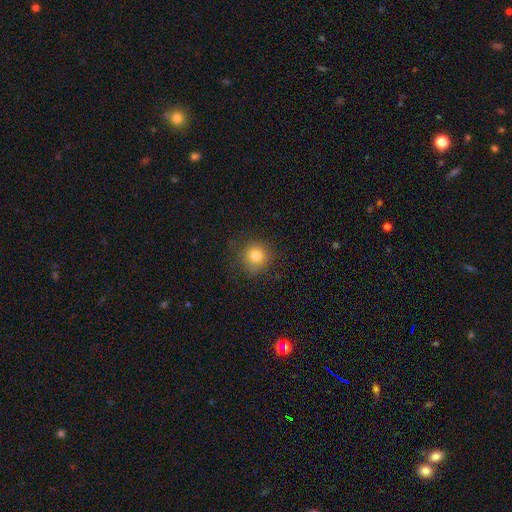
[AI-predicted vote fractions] smooth_or_featured: smooth (p=0.81) [alt: star or artifact p=0.12]
how_rounded: round (p=0.92) [alt: in between p=0.07]
merging: none (p=0.84) [alt: minor disturbance p=0.11]